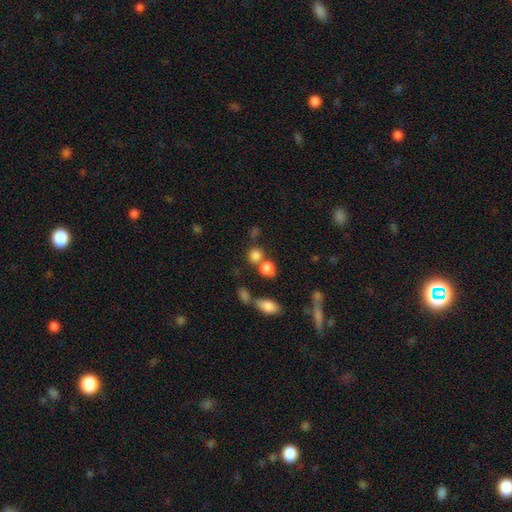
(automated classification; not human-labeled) smooth-or-featured: smooth: 80% | star or artifact: 13% | featured or disk: 7%
  how-rounded: round: 79% | in between: 20% | cigar-shaped: 1%
  merging: none: 55% | merger: 32% | minor disturbance: 9% | major disturbance: 5%